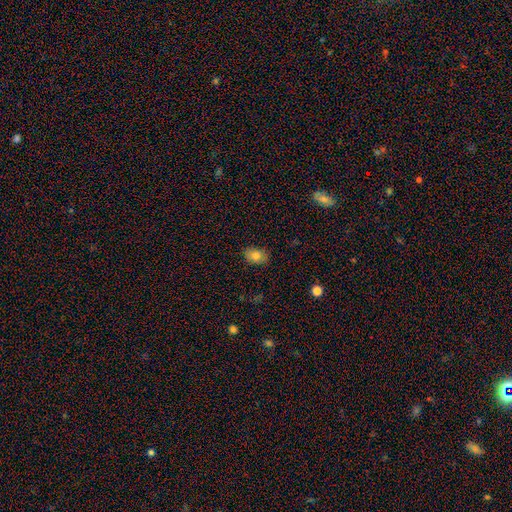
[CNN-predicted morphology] smooth 81%, featured or disk 10%, star or artifact 9%. Down the decision tree: how rounded — in between (76%); merging — none (85%).